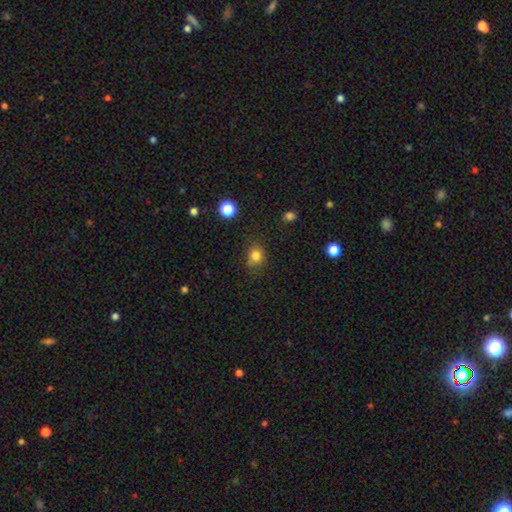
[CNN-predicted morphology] This appears to be a smooth galaxy with no disk features (80%) that is round (72%). Merging: none (73%).